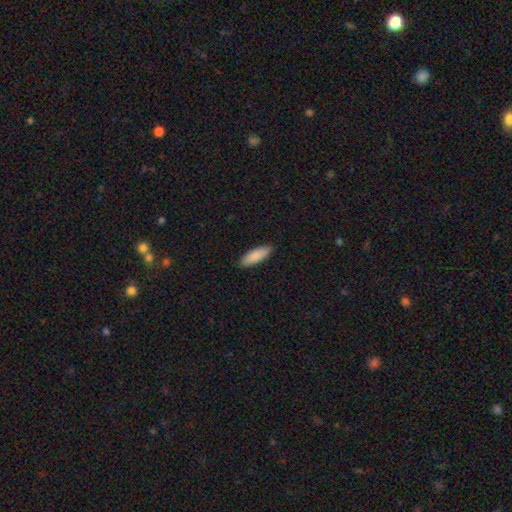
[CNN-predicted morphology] Smooth or featured? Predicted: smooth (p=0.89). How rounded? Predicted: in between (p=0.56). Merging? Predicted: none (p=0.90).